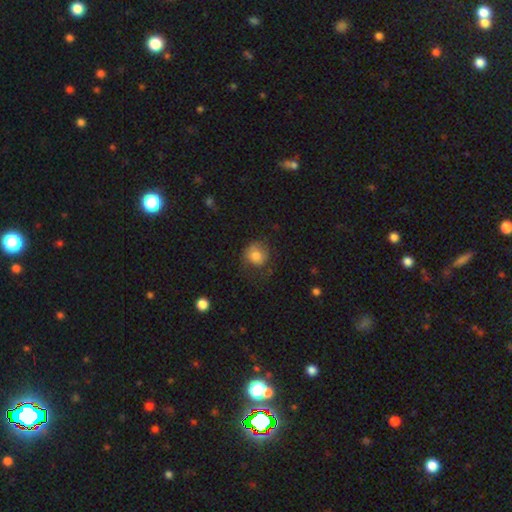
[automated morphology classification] smooth 76%, featured or disk 15%, star or artifact 8%. Down the decision tree: how rounded — round (80%); merging — none (54%).